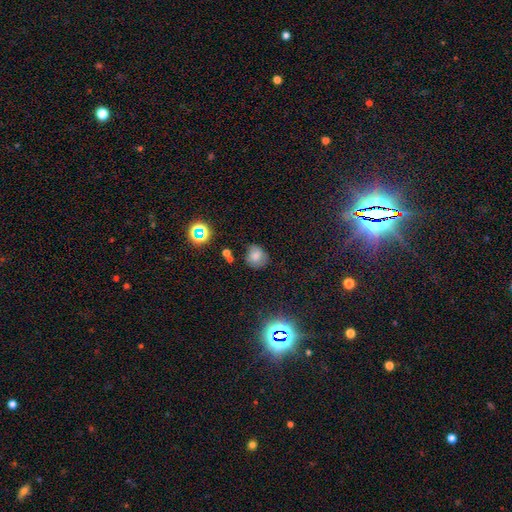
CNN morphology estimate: smooth_or_featured: smooth (p=0.73) [alt: star or artifact p=0.17]
how_rounded: round (p=0.73) [alt: in between p=0.25]
merging: none (p=0.70) [alt: minor disturbance p=0.20]